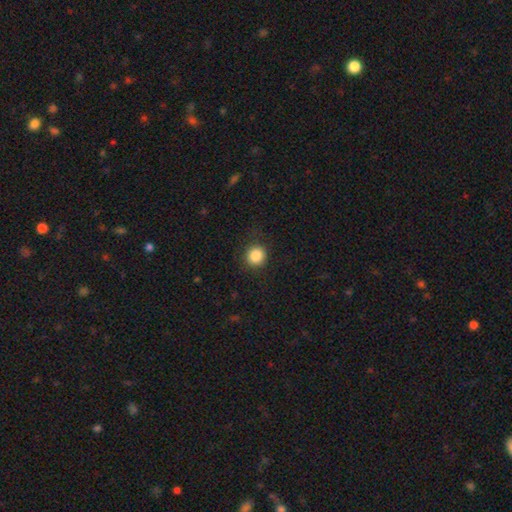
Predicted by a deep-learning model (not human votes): Overall: smooth (86%). How rounded: round (92%). Merging: none (87%).